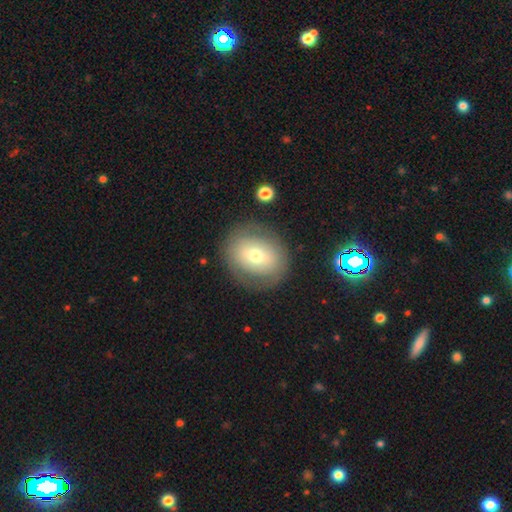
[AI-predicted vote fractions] smooth-or-featured: smooth: 58% | featured or disk: 33% | star or artifact: 9%
  how-rounded: round: 62% | in between: 37% | cigar-shaped: 1%
  merging: none: 82% | minor disturbance: 11% | major disturbance: 6% | merger: 2%